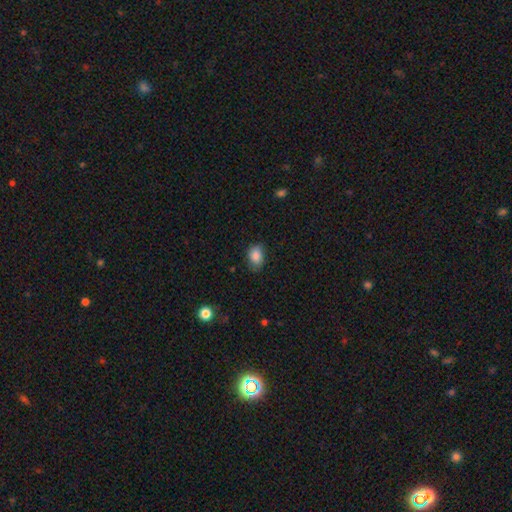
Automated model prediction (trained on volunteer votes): The model was most divided on "how rounded": in between: 72%, round: 27%, cigar-shaped: 1%. More confident: smooth or featured — smooth (87%); merging — none (75%).